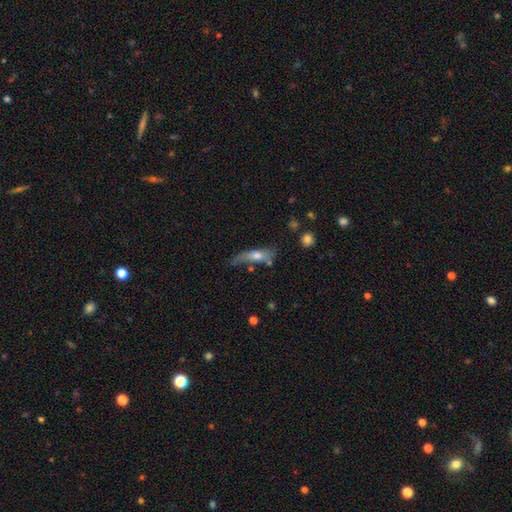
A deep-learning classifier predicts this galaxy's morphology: type=featured or disk (45%); merging=none (43%).